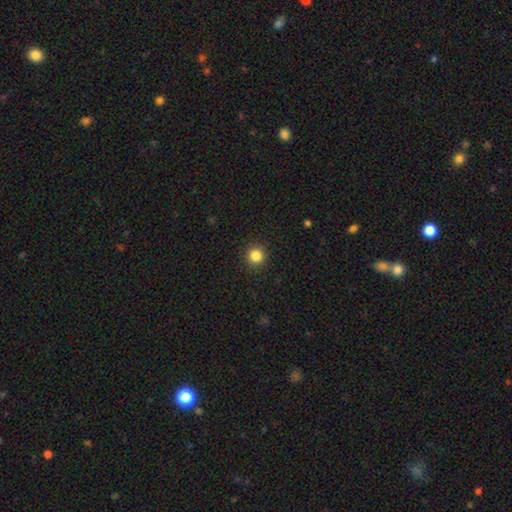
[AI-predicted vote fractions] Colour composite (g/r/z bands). It shows a smooth galaxy with no disk features (85%) that is round (95%). Merging: none (93%).